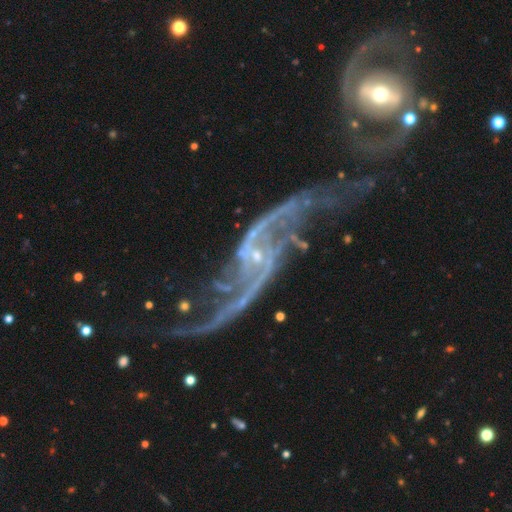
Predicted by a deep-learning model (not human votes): The model was most divided on "bar": no: 48%, weak: 34%, strong: 18%. Remaining: spiral arms — yes (97%); edge-on disk — no (95%); smooth or featured — featured or disk (92%); spiral arm count — 2 (87%); spiral winding — loose (85%); bulge size — small (84%); merging — none (44%).